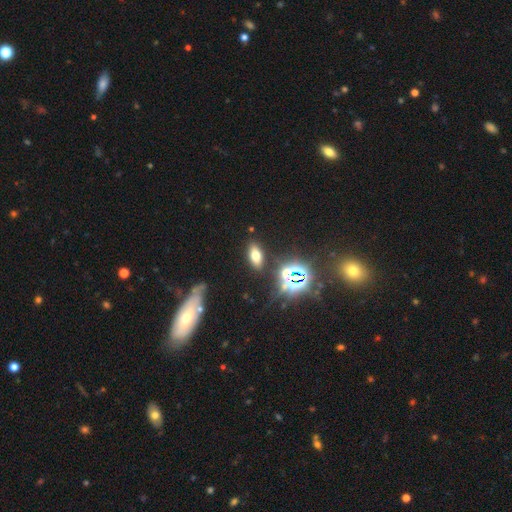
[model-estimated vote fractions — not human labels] Smooth or featured? Predicted: smooth (p=0.56). How rounded? Predicted: in between (p=0.82). Merging? Predicted: none (p=0.86).